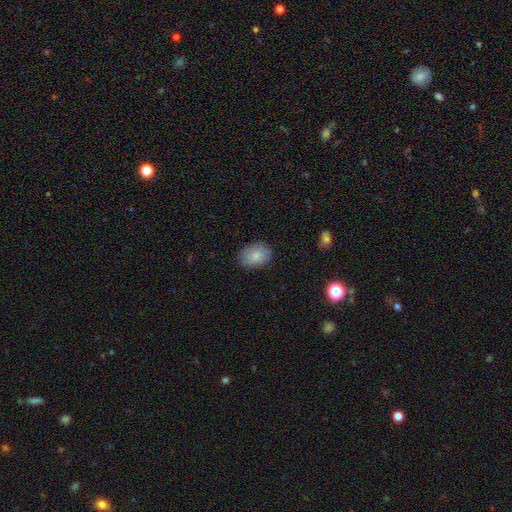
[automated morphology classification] Overall: smooth (86%). How rounded: in between (69%; round 30%). Merging: none (82%).